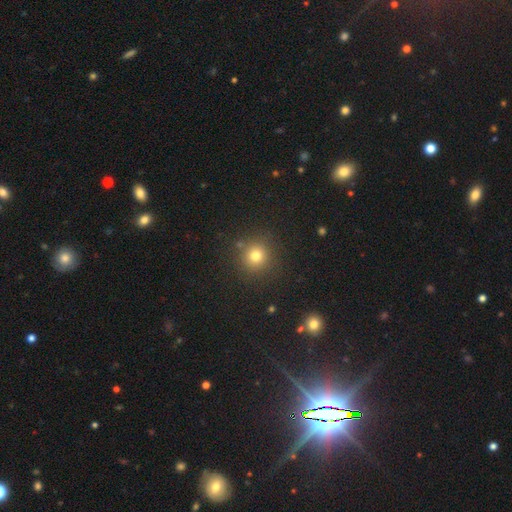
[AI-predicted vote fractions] Smooth or featured?
  - smooth: 77% *
  - star or artifact: 16%
  - featured or disk: 7%
How rounded?
  - round: 93% *
  - in between: 6%
  - cigar-shaped: 1%
Merging?
  - none: 86% *
  - minor disturbance: 8%
  - merger: 3%
  - major disturbance: 3%